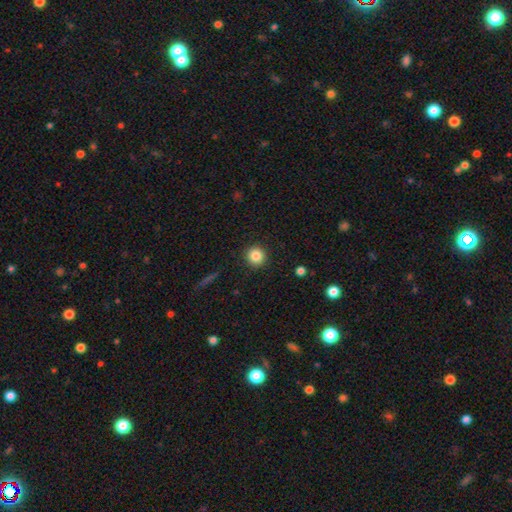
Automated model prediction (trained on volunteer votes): Smooth or featured? smooth (84%)
How rounded? round (94%)
Merging? none (92%)